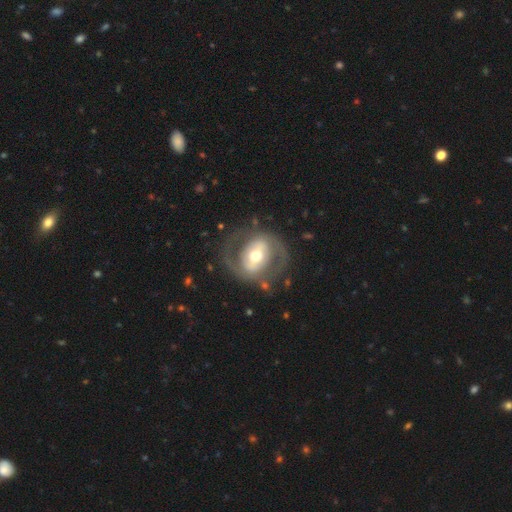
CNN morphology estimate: A featured or disk galaxy (71%) with a strong bar (35%), spiral arms (55%) and a moderate central bulge (68%).

Vote fractions:
- Smooth or featured? featured or disk: 71% / smooth: 23% / star or artifact: 5%
- Edge-on disk? no: 96% / yes: 4%
- Bar? strong: 35% / no: 34% / weak: 31%
- Spiral arms? yes: 55% / no: 45%
- Bulge size? moderate: 68% / small: 17% / large: 13% / dominant: 2% / none: 1%
- Merging? none: 72% / minor disturbance: 13% / major disturbance: 13% / merger: 2%